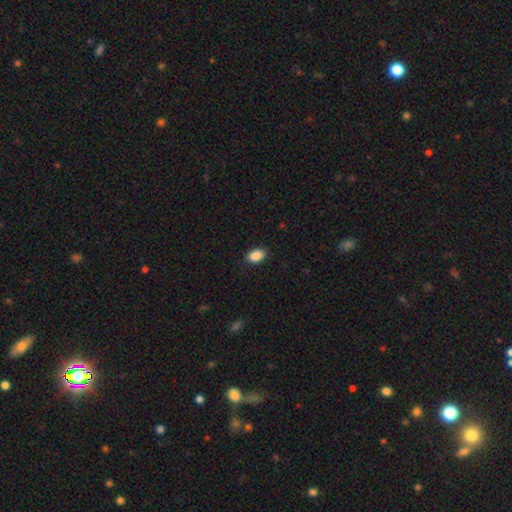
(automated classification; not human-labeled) smooth 89%, star or artifact 7%, featured or disk 3%. Down the decision tree: how rounded — in between (89%); merging — none (88%).